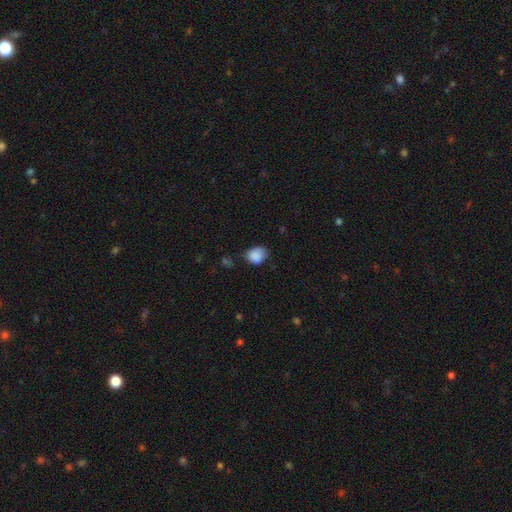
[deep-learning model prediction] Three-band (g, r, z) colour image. It shows a smooth galaxy with no disk features (86%) that is in between round and cigar-shaped (52%). Merging: none (57%).